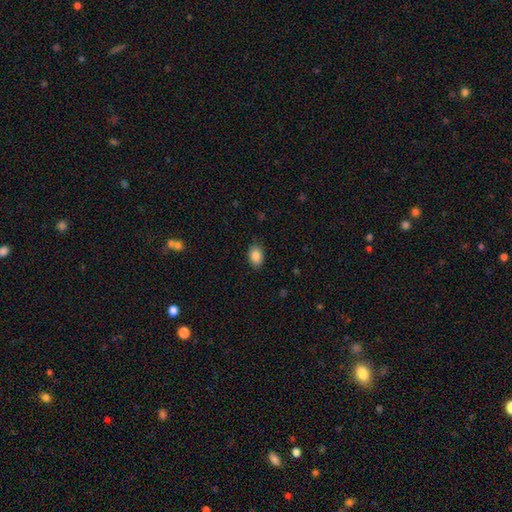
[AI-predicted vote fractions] smooth 88%, star or artifact 8%, featured or disk 4%. Down the decision tree: how rounded — in between (81%); merging — none (85%).